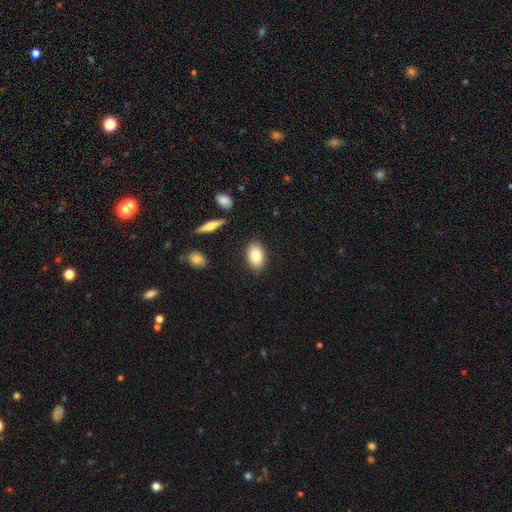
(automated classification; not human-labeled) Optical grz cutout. It shows a smooth galaxy with no disk features (81%) that is in between round and cigar-shaped (90%). Merging: none (86%).